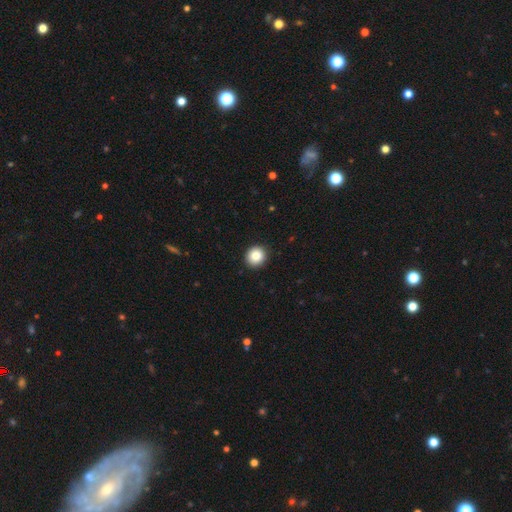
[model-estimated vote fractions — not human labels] Morphology: type=smooth (86%); roundness=round (88%); merging=none (92%).